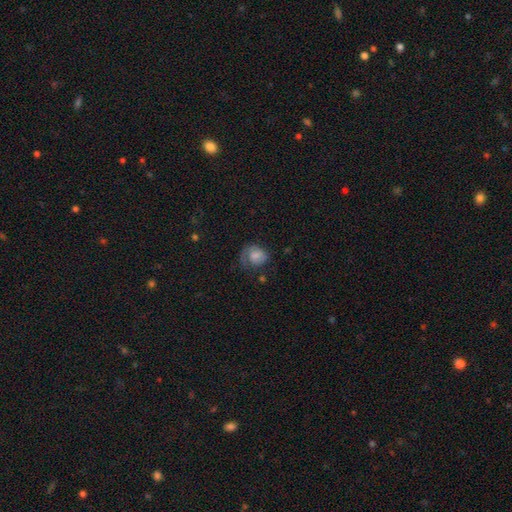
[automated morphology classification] smooth_or_featured: smooth (p=0.57) [alt: featured or disk p=0.34]
how_rounded: round (p=0.60) [alt: in between p=0.39]
merging: none (p=0.43) [alt: major disturbance p=0.28]